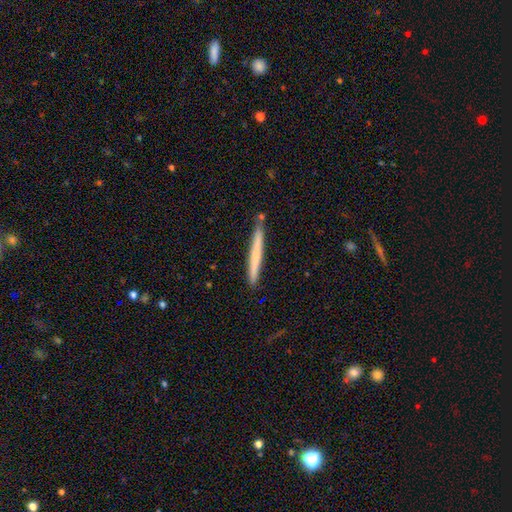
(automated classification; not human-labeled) The model was most divided on "smooth or featured": smooth: 60%, featured or disk: 34%, star or artifact: 6%. More confident: how rounded — cigar-shaped (97%); merging — none (86%).